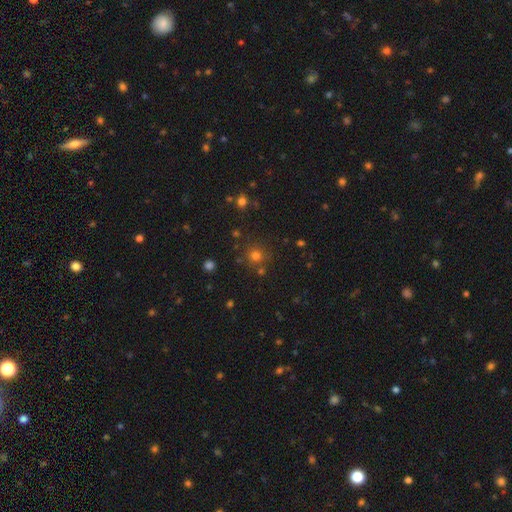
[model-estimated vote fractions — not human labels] Smooth or featured? Predicted: smooth (p=0.73). How rounded? Predicted: round (p=0.92). Merging? Predicted: none (p=0.81).